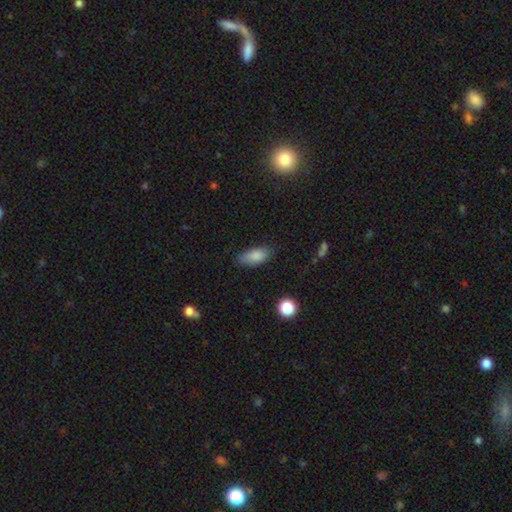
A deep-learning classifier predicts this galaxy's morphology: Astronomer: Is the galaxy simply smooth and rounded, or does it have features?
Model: smooth — 85%.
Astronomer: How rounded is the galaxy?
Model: in between — 85%.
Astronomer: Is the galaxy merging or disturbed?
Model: none — 77%.